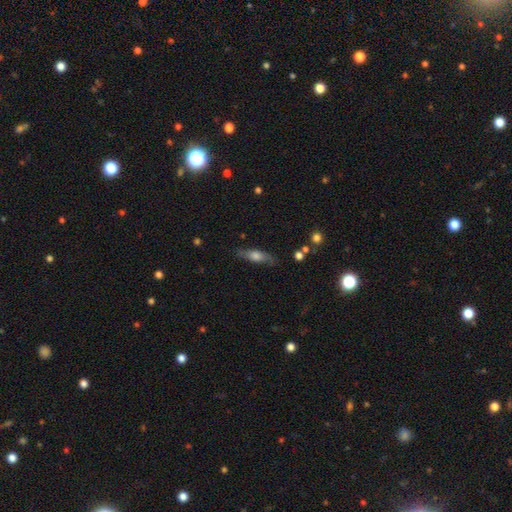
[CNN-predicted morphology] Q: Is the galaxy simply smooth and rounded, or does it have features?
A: smooth — 57%.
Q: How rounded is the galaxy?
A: in between — 50%.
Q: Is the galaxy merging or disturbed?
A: none — 75%.